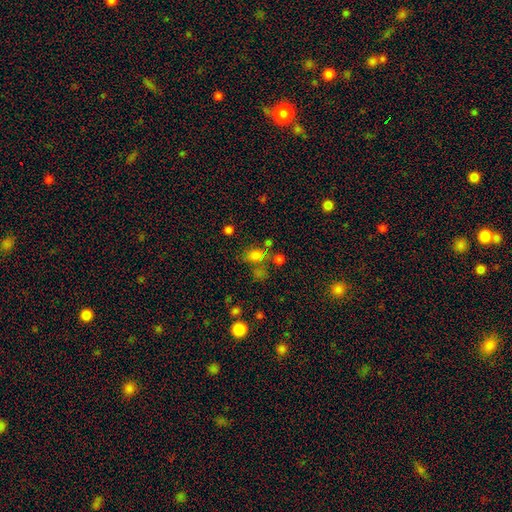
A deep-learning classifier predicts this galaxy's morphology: Smooth or featured? smooth (69%)
How rounded? in between (51%)
Merging? none (52%)